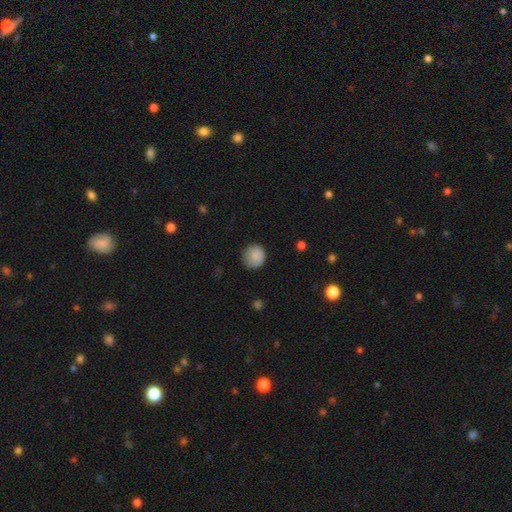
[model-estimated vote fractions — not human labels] Smooth or featured?
  - smooth: 86% *
  - star or artifact: 8%
  - featured or disk: 5%
How rounded?
  - round: 92% *
  - in between: 7%
  - cigar-shaped: 1%
Merging?
  - none: 81% *
  - minor disturbance: 14%
  - major disturbance: 3%
  - merger: 1%